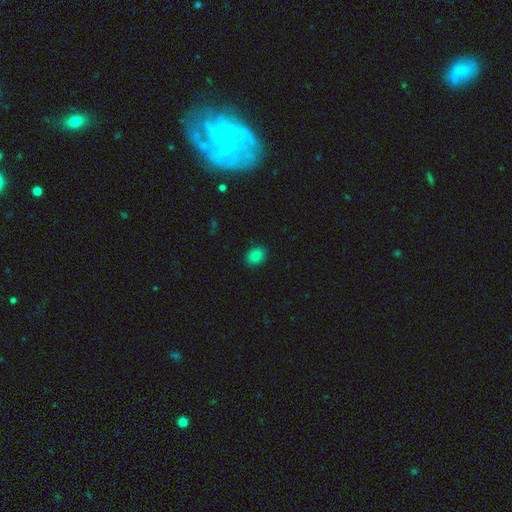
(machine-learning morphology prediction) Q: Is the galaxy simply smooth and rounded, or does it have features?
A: smooth — 83%.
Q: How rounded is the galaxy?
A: in between — 52%.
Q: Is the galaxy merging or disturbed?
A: none — 89%.